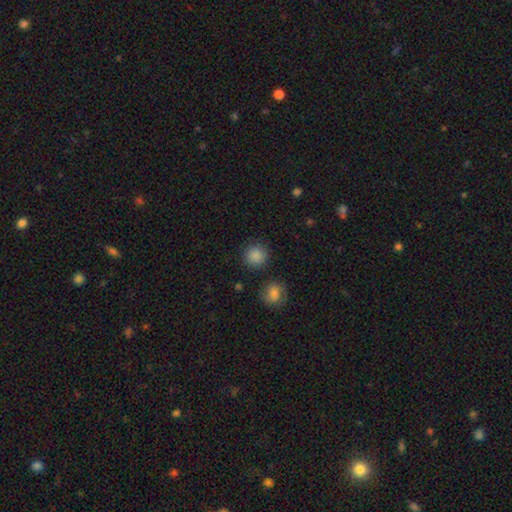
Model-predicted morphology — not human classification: Smooth or featured: smooth — 86% (star or artifact — 10%)
How rounded: round — 92% (in between — 7%)
Merging: none — 85% (minor disturbance — 8%)